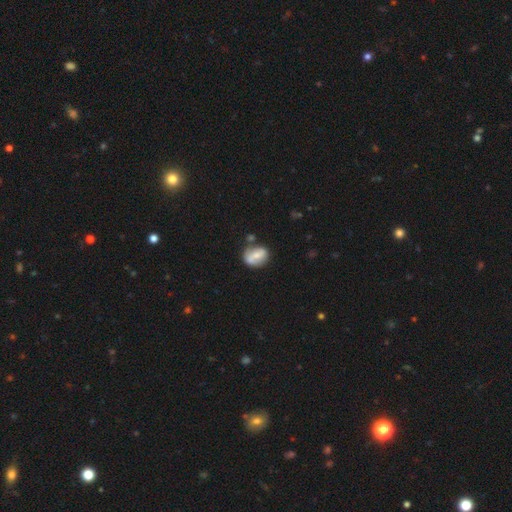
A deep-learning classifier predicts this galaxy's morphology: Smooth or featured? Predicted: smooth (p=0.54). How rounded? Predicted: in between (p=0.55). Merging? Predicted: none (p=0.55).